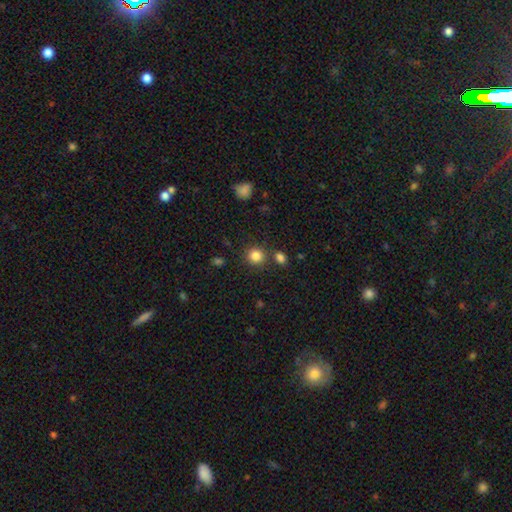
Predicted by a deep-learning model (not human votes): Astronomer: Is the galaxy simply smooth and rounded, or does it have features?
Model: smooth — 84%.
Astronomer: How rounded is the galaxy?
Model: round — 87%.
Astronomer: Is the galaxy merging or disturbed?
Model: none — 79%.